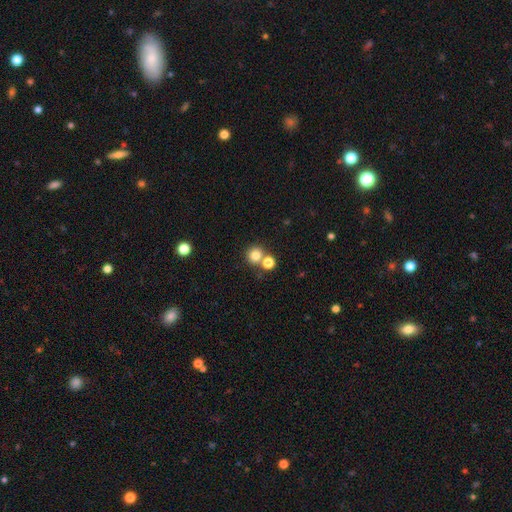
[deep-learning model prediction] A smooth galaxy with no disk features (79%) that is round (92%). Merging: none (62%).